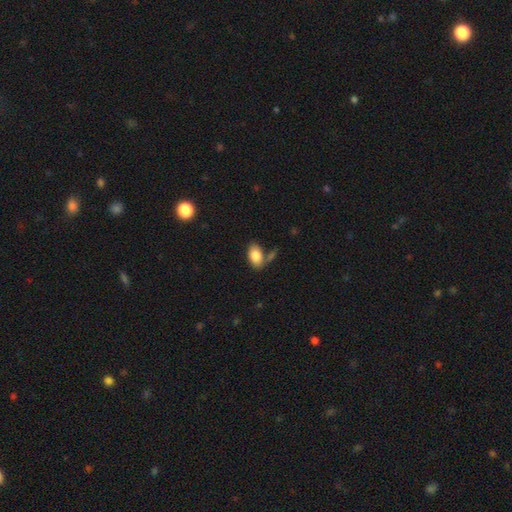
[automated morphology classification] smooth-or-featured: smooth: 84% | featured or disk: 9% | star or artifact: 7%
  how-rounded: in between: 91% | round: 7% | cigar-shaped: 2%
  merging: none: 65% | merger: 16% | minor disturbance: 14% | major disturbance: 4%